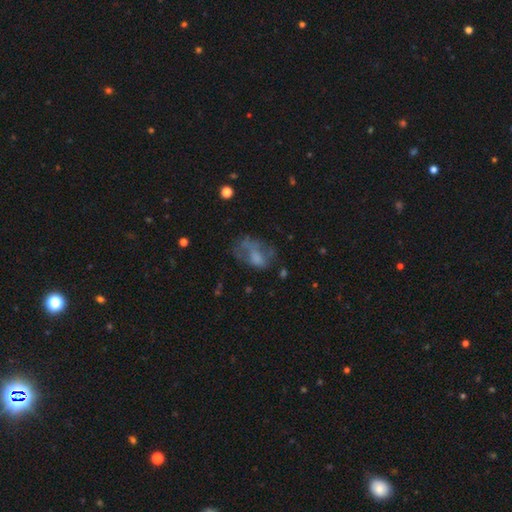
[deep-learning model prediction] A smooth galaxy with no disk features (49%).

Vote fractions:
- Smooth or featured? smooth: 49% / featured or disk: 38% / star or artifact: 13%
- Merging? major disturbance: 36% / none: 34% / minor disturbance: 23% / merger: 7%